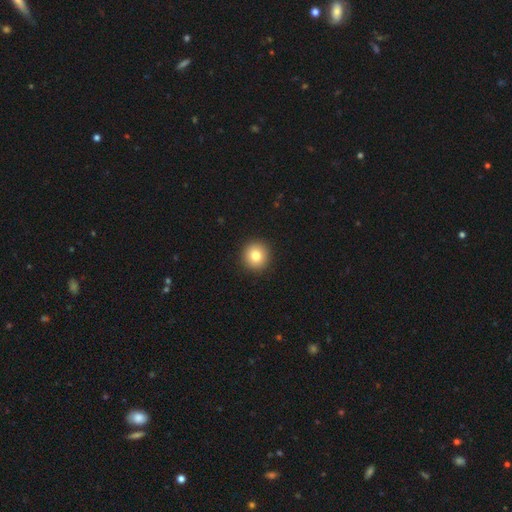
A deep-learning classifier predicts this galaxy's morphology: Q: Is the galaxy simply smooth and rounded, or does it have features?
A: smooth — 81%.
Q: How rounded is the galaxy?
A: round — 93%.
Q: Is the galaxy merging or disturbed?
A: none — 93%.